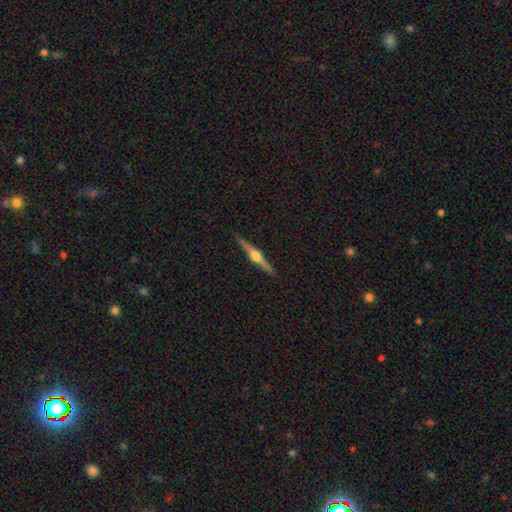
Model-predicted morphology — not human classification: The model was most divided on "smooth or featured": featured or disk: 79%, smooth: 15%, star or artifact: 6%. More confident: edge-on disk — yes (98%); edge-on bulge — rounded (94%); merging — none (91%).